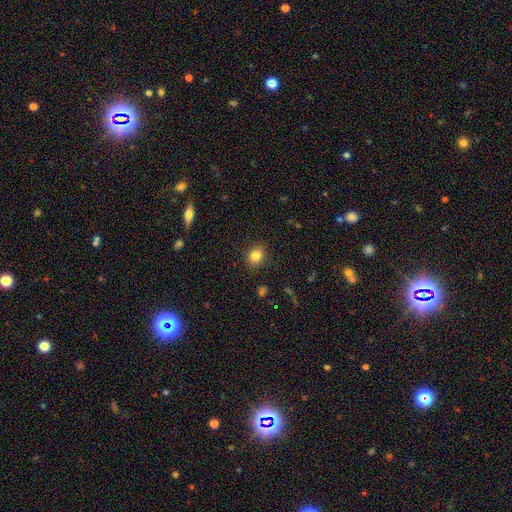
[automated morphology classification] The model was most divided on "how rounded": round: 75%, in between: 24%, cigar-shaped: 1%. More confident: merging — none (90%); smooth or featured — smooth (83%).